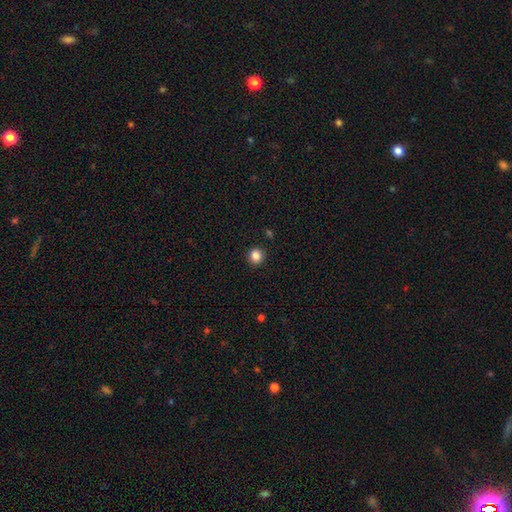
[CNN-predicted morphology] Smooth or featured: smooth — 85% (star or artifact — 11%)
How rounded: round — 91% (in between — 8%)
Merging: none — 92% (minor disturbance — 5%)